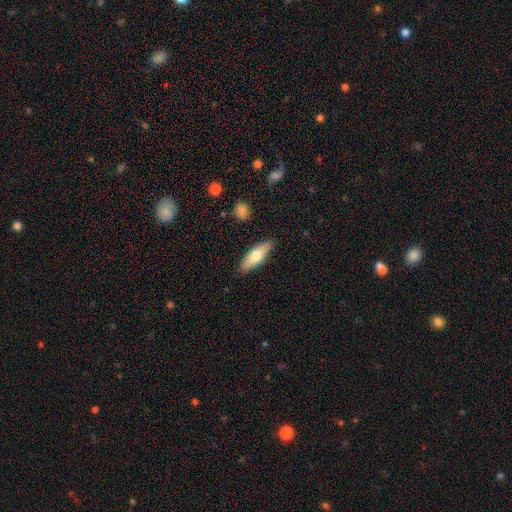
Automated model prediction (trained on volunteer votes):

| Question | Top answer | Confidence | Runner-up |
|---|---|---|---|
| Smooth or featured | smooth | 68% | featured or disk (26%) |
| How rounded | in between | 57% | cigar-shaped (41%) |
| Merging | none | 87% | minor disturbance (9%) |